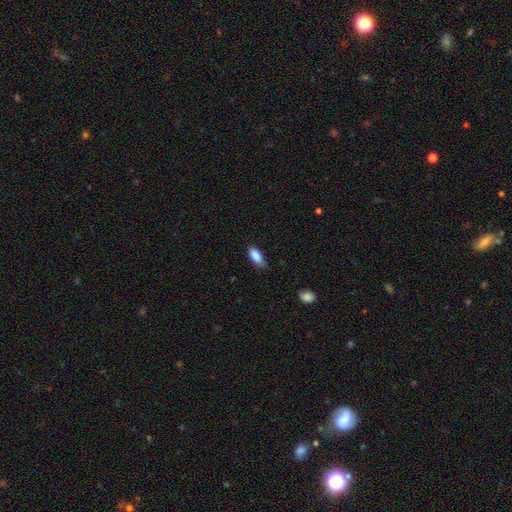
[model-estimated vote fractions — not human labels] Smooth or featured? smooth (87%)
How rounded? in between (81%)
Merging? none (75%)